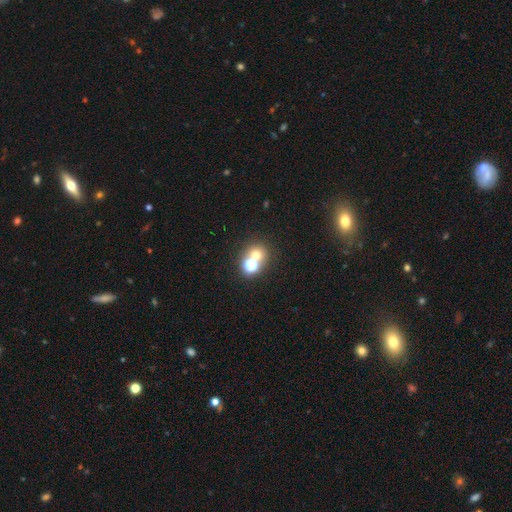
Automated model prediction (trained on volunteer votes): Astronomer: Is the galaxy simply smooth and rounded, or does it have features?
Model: smooth — 62%.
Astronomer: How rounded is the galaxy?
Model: round — 83%.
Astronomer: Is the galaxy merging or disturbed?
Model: none — 55% (runner-up: merger, 35%).